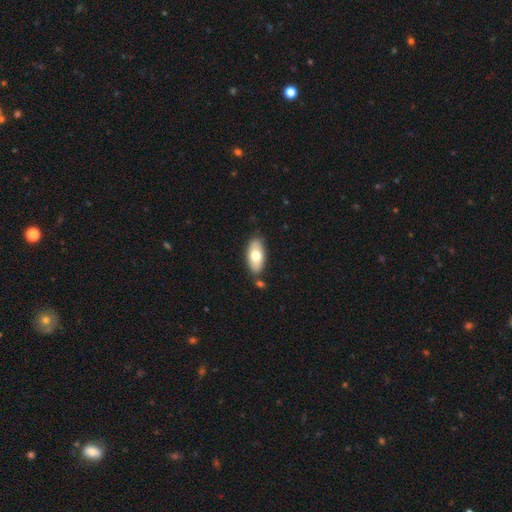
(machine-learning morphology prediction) This is likely a smooth galaxy (69%). How rounded: clearly in between (89%). Merging: likely none (77%).